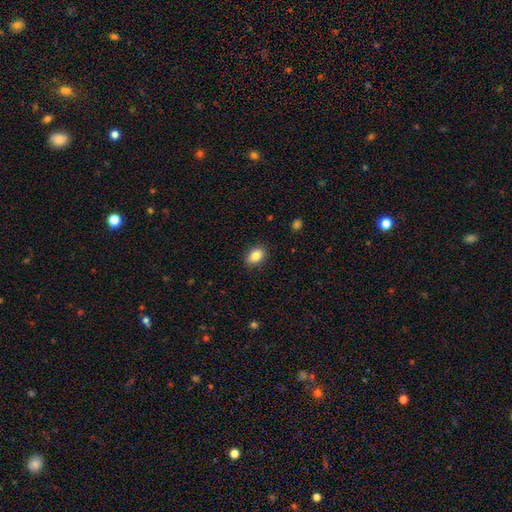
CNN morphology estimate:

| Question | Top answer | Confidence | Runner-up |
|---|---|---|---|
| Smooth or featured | smooth | 85% | star or artifact (8%) |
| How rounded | in between | 79% | round (20%) |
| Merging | none | 88% | minor disturbance (9%) |